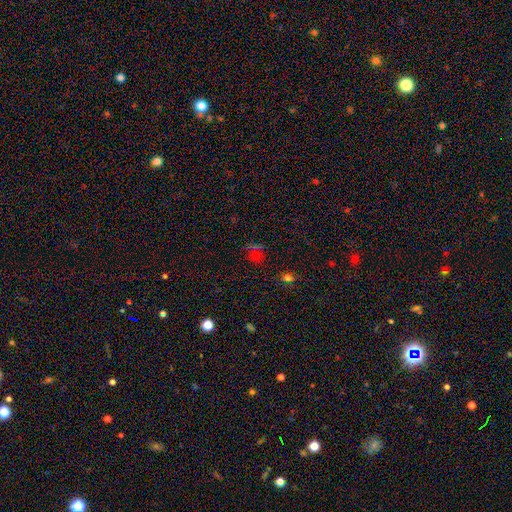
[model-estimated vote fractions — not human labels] Morphology: type=star or artifact (48%).